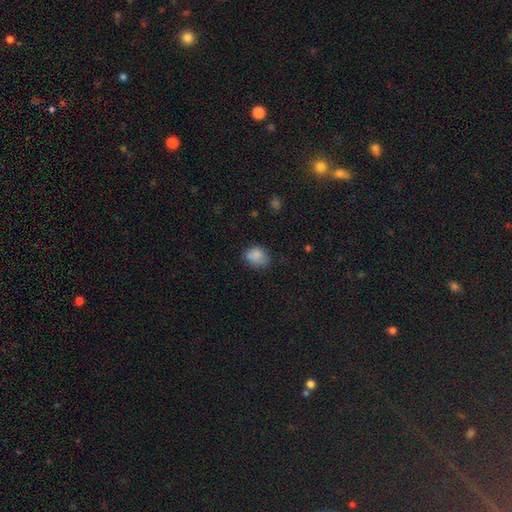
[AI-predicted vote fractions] smooth_or_featured: smooth (p=0.81) [alt: featured or disk p=0.10]
how_rounded: in between (p=0.54) [alt: round p=0.45]
merging: none (p=0.60) [alt: minor disturbance p=0.28]